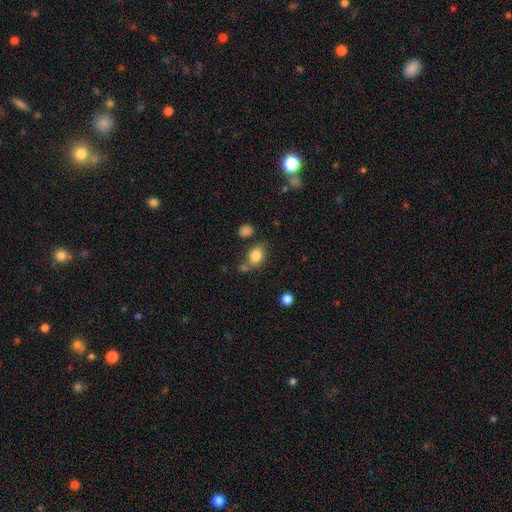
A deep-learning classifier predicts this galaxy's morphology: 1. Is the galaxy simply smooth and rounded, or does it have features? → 83% smooth, 9% star or artifact, 7% featured or disk.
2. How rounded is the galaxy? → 65% in between, 33% round, 1% cigar-shaped.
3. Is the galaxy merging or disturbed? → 62% none, 16% merger, 16% minor disturbance, 6% major disturbance.